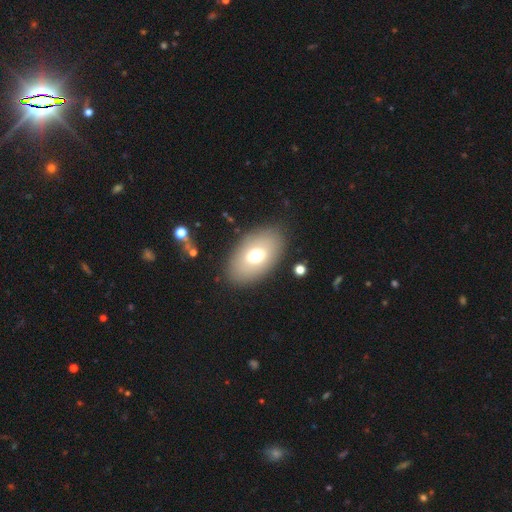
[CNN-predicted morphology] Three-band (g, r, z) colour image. It shows a smooth galaxy with no disk features (68%) that is in between round and cigar-shaped (89%). Merging: none (85%).